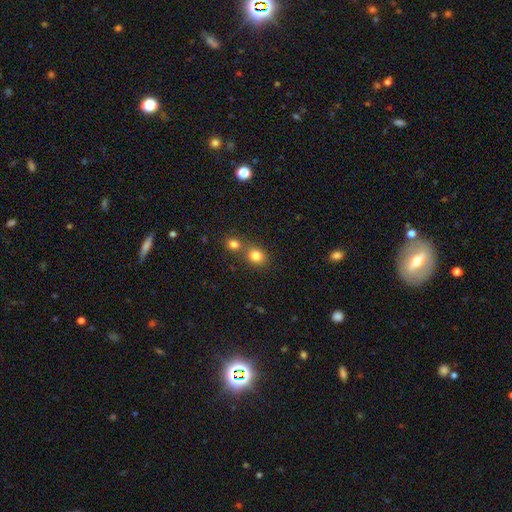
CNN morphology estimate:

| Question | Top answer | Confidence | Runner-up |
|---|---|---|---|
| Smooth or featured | smooth | 82% | star or artifact (12%) |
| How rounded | round | 63% | in between (36%) |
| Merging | none | 54% | merger (34%) |